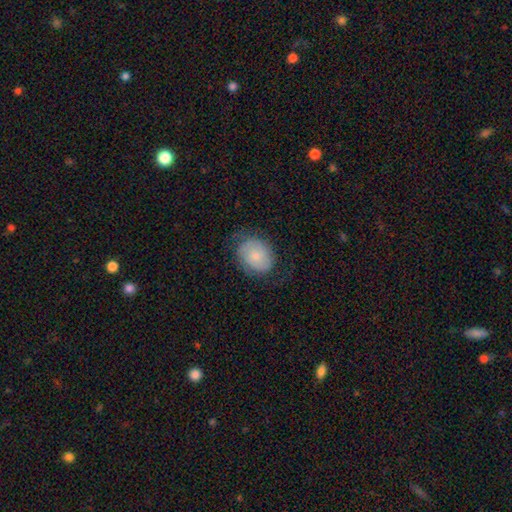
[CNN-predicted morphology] smooth 64%, featured or disk 29%, star or artifact 7%. Down the decision tree: how rounded — round (55%); merging — none (68%).